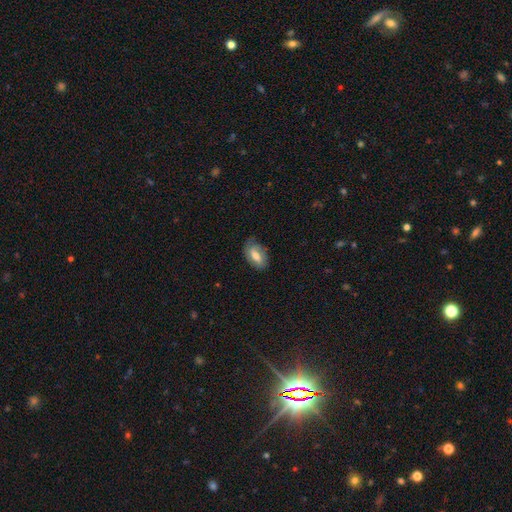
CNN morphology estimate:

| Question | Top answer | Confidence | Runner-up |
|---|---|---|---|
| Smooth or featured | smooth | 57% | featured or disk (36%) |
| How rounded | in between | 89% | round (6%) |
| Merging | none | 71% | minor disturbance (22%) |